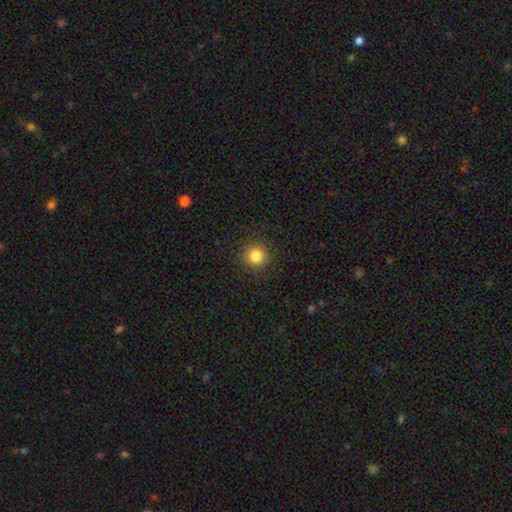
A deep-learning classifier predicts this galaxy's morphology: A smooth galaxy with no disk features (84%) that is round (94%). Merging: none (91%).